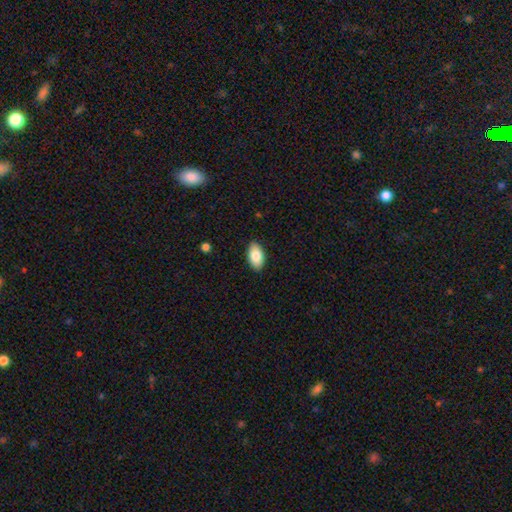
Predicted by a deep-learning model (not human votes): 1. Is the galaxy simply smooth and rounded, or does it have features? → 83% smooth, 11% featured or disk, 7% star or artifact.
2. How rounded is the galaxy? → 94% in between, 4% round, 2% cigar-shaped.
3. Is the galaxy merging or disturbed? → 88% none, 9% minor disturbance, 2% major disturbance, 1% merger.